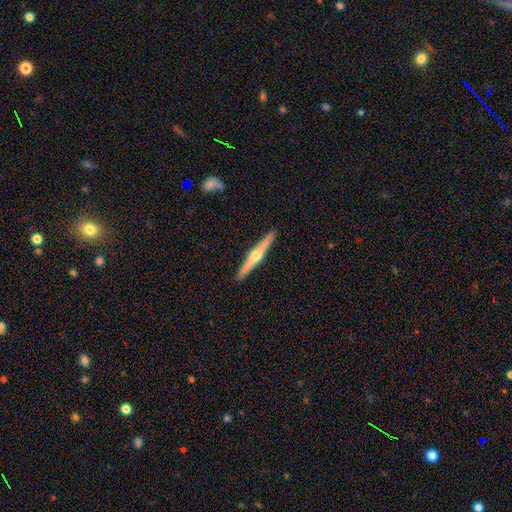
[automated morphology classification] Smooth or featured? Predicted: featured or disk (p=0.69). Edge-on disk? Predicted: yes (p=0.98). Edge-on bulge? Predicted: rounded (p=0.92). Merging? Predicted: none (p=0.92).